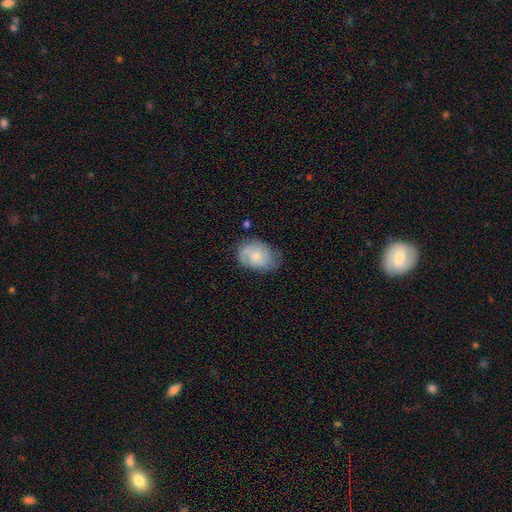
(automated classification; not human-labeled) smooth-or-featured: smooth: 55% | featured or disk: 38% | star or artifact: 7%
  how-rounded: in between: 75% | round: 24% | cigar-shaped: 1%
  merging: none: 58% | minor disturbance: 31% | major disturbance: 9% | merger: 2%